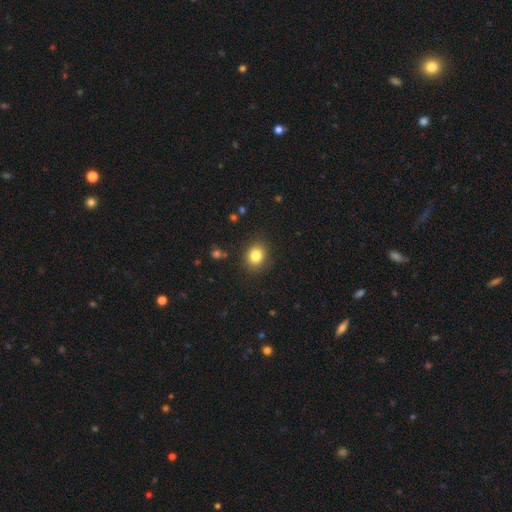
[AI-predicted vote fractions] This appears to be a smooth galaxy with no disk features (83%) that is round (68%). Merging: none (86%).